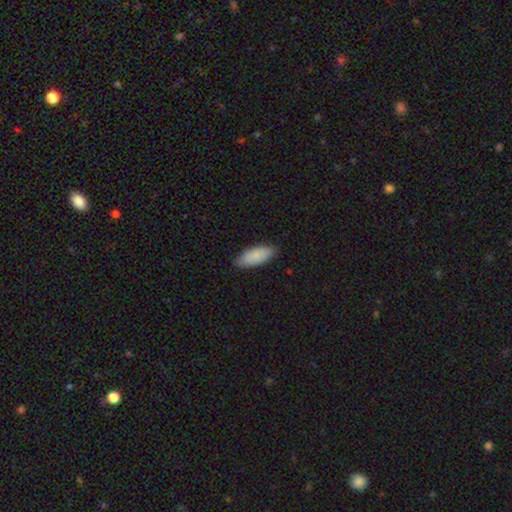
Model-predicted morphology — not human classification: Overall: smooth (84%). How rounded: in between (84%). Merging: none (83%).